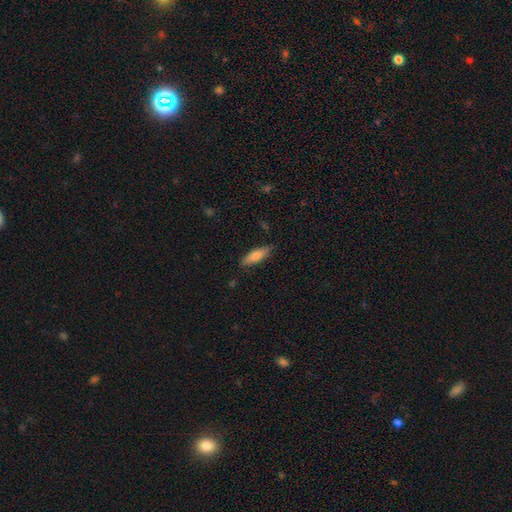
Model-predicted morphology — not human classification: Smooth or featured: smooth — 71% (featured or disk — 23%)
How rounded: cigar-shaped — 56% (in between — 42%)
Merging: none — 86% (minor disturbance — 11%)